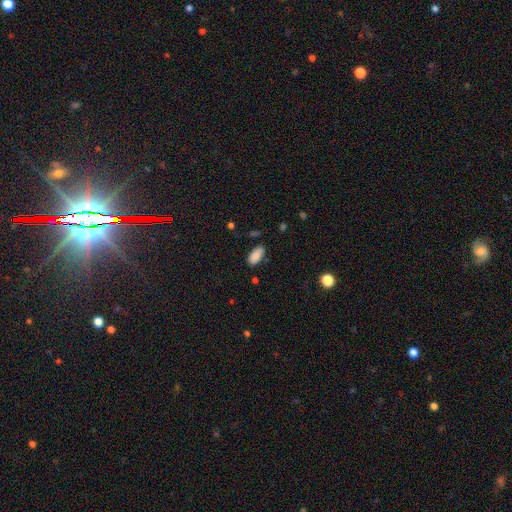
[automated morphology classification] This appears to be a smooth galaxy with no disk features (88%) that is in between round and cigar-shaped (92%). Merging: none (82%).